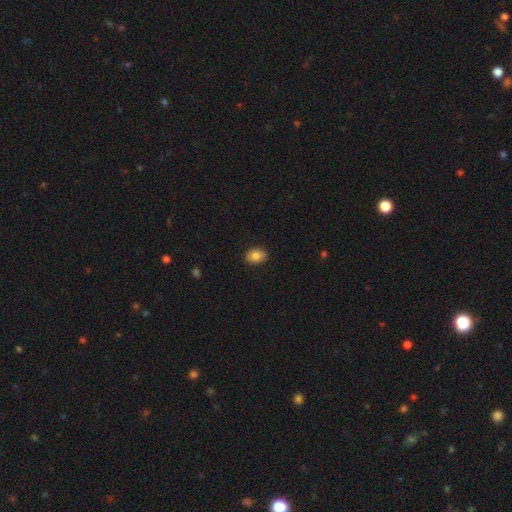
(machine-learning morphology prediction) type=smooth (84%); roundness=in between (68%); merging=none (88%).